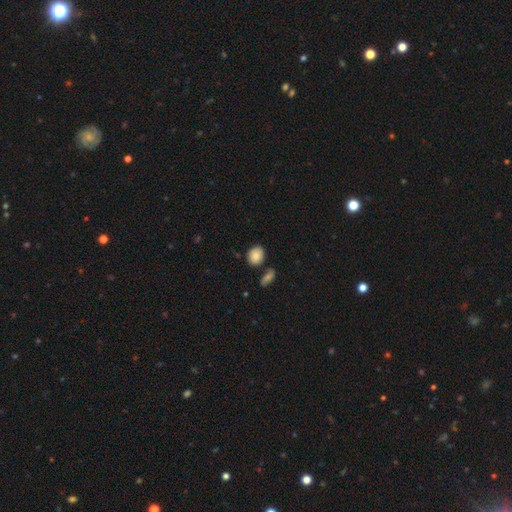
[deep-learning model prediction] smooth 85%, star or artifact 8%, featured or disk 7%. Down the decision tree: how rounded — round (54%); merging — none (75%).